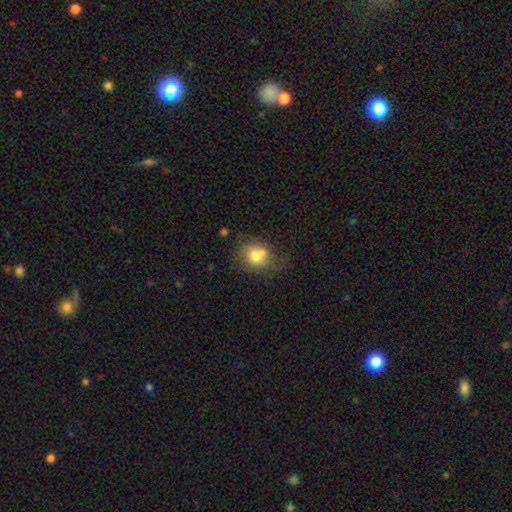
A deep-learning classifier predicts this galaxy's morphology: This is likely a smooth galaxy (74%). How rounded: likely round (60%). Merging: possibly none (50%).